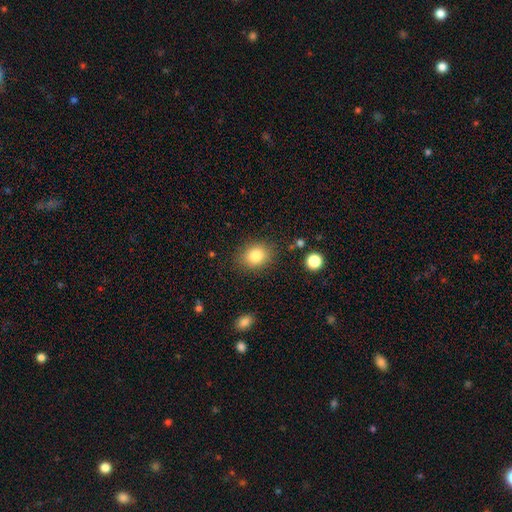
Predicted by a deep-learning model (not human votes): This is clearly a smooth galaxy (82%). How rounded: possibly round (53%). Merging: clearly none (83%).